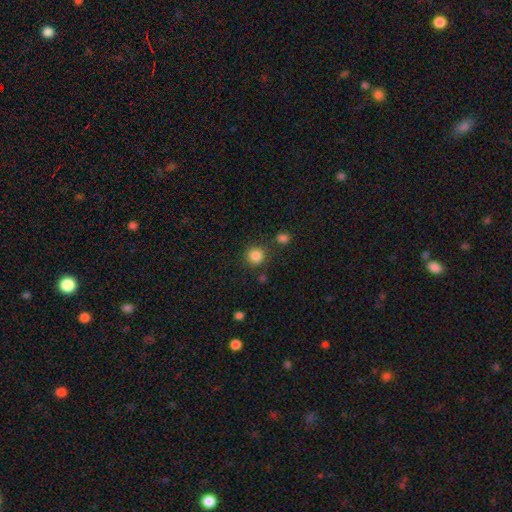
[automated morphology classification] Smooth or featured?
  - smooth: 85% *
  - star or artifact: 11%
  - featured or disk: 4%
How rounded?
  - round: 93% *
  - in between: 6%
  - cigar-shaped: 1%
Merging?
  - none: 82% *
  - minor disturbance: 8%
  - merger: 6%
  - major disturbance: 3%